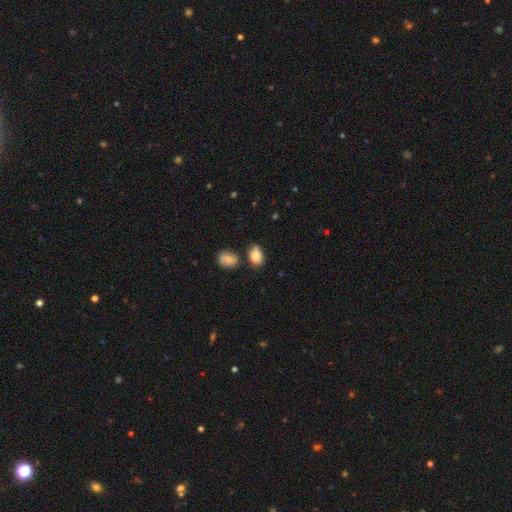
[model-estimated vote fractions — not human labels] smooth-or-featured: smooth: 83% | featured or disk: 9% | star or artifact: 8%
  how-rounded: in between: 84% | round: 15% | cigar-shaped: 2%
  merging: none: 62% | minor disturbance: 22% | merger: 11% | major disturbance: 5%